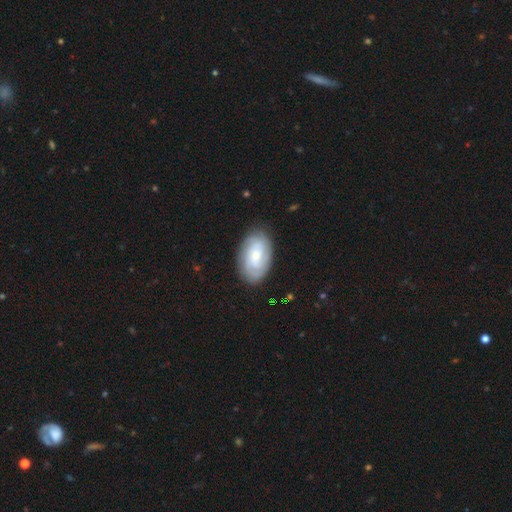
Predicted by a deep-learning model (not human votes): This appears to be a featured or disk galaxy (57%) with no bar (62%), spiral arms (87%) and a small central bulge (61%). Merging: none (82%).